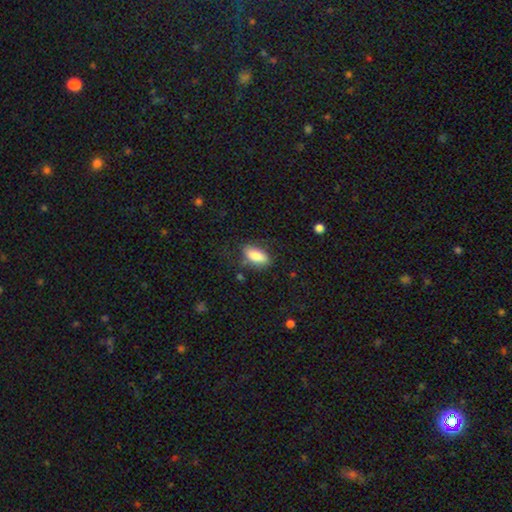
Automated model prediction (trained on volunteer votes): A smooth galaxy with no disk features (81%) that is in between round and cigar-shaped (87%). Merging: none (74%).